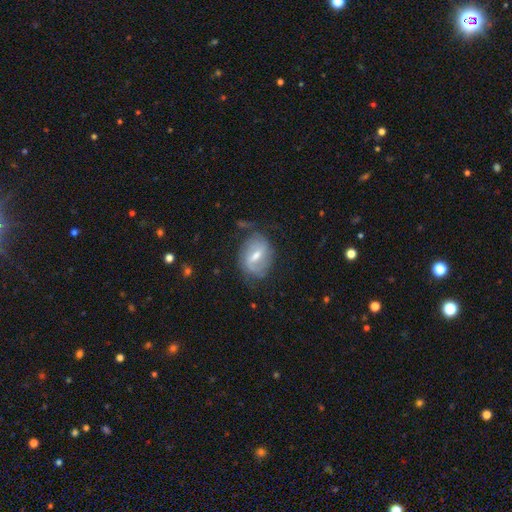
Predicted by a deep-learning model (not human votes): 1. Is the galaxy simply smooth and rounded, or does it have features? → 68% featured or disk, 26% smooth, 7% star or artifact.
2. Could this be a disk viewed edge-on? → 94% no, 6% yes.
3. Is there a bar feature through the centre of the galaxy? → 50% weak, 38% strong, 11% no.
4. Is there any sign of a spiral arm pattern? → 76% yes, 24% no.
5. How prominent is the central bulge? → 60% moderate, 32% small, 5% large, 2% none, 1% dominant.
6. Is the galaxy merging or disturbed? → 60% none, 26% minor disturbance, 11% major disturbance, 3% merger.